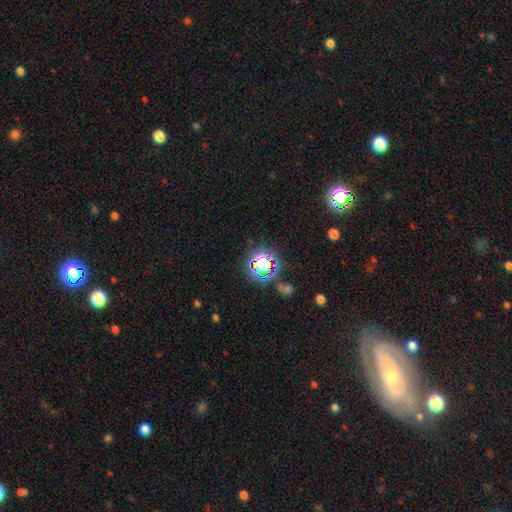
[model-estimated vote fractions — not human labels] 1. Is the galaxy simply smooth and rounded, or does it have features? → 69% star or artifact, 19% smooth, 12% featured or disk.